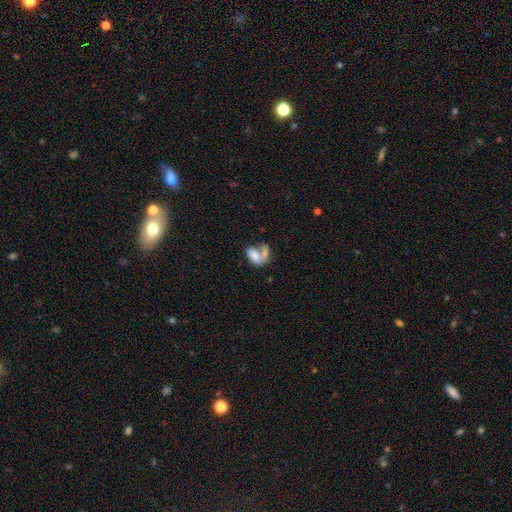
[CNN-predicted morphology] Smooth or featured? Predicted: smooth (p=0.65). How rounded? Predicted: in between (p=0.87). Merging? Predicted: merger (p=0.55).